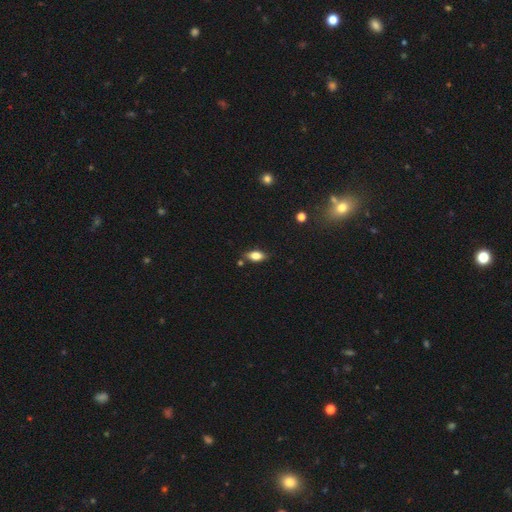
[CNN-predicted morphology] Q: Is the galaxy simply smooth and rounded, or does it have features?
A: smooth — 76%.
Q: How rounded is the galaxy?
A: in between — 86%.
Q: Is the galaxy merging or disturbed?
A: none — 79%.